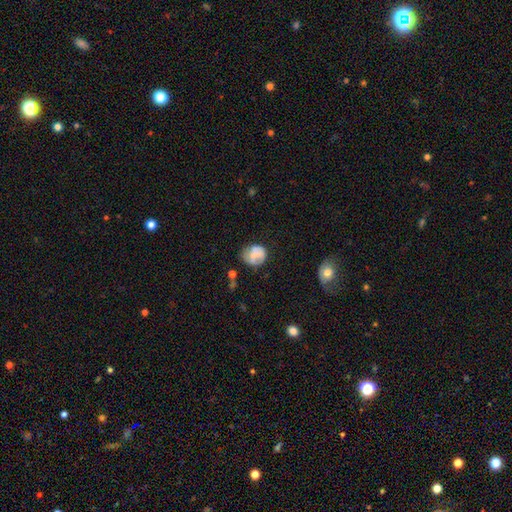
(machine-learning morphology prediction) Overall: smooth (60%; featured or disk 32%). How rounded: round (69%; in between 30%). Merging: none (53%; minor disturbance 29%).